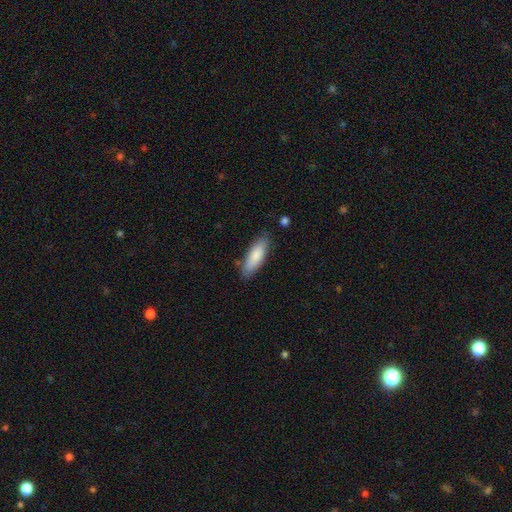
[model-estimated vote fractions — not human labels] smooth 83%, featured or disk 11%, star or artifact 6%. Down the decision tree: how rounded — in between (57%); merging — none (80%).